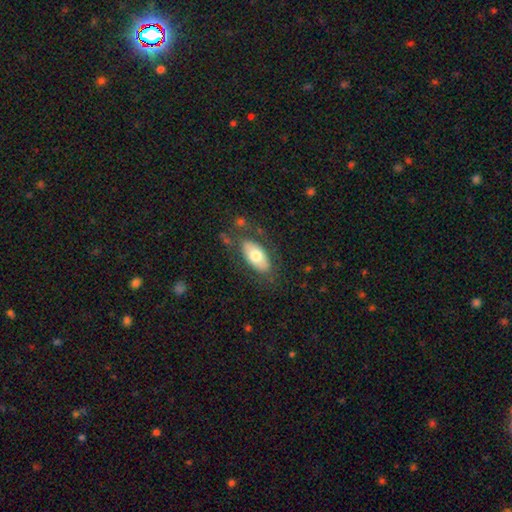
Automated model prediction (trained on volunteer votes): A smooth galaxy with no disk features (67%) that is in between round and cigar-shaped (92%).

Vote fractions:
- Smooth or featured? smooth: 67% / featured or disk: 27% / star or artifact: 6%
- How rounded? in between: 92% / cigar-shaped: 4% / round: 3%
- Merging? none: 75% / minor disturbance: 16% / major disturbance: 7% / merger: 3%